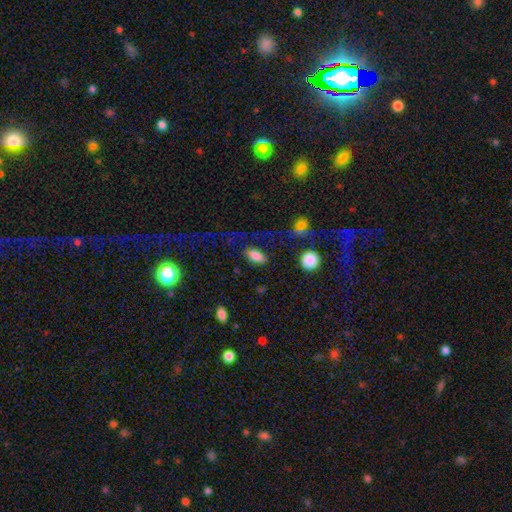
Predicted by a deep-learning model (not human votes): smooth_or_featured: smooth (p=0.83) [alt: star or artifact p=0.10]
how_rounded: in between (p=0.89) [alt: round p=0.06]
merging: none (p=0.77) [alt: minor disturbance p=0.13]